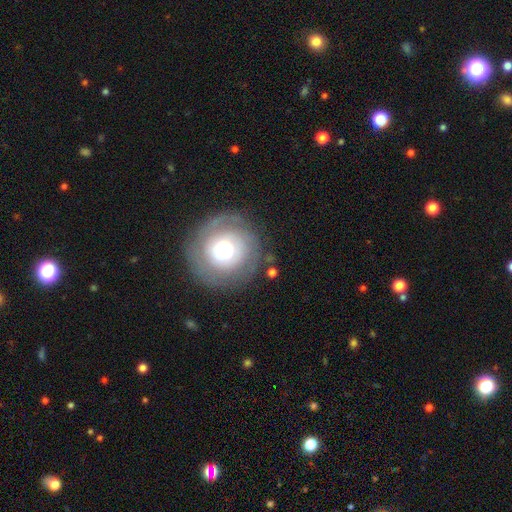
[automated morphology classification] Smooth or featured?
  - featured or disk: 51% *
  - smooth: 40%
  - star or artifact: 9%
Edge-on disk?
  - no: 97% *
  - yes: 3%
Merging?
  - none: 78% *
  - minor disturbance: 13%
  - major disturbance: 7%
  - merger: 2%